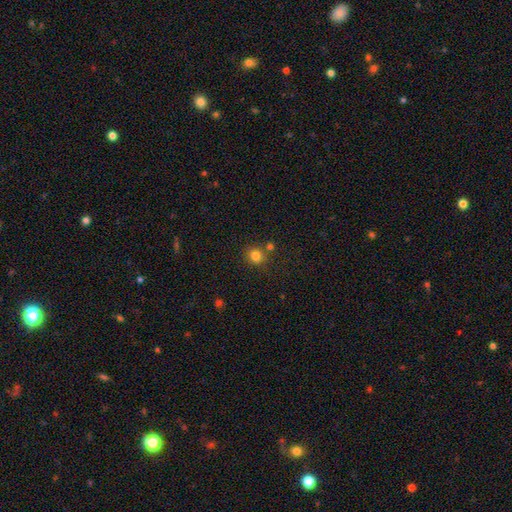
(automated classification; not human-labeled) Overall: smooth (81%). How rounded: round (86%). Merging: none (75%).